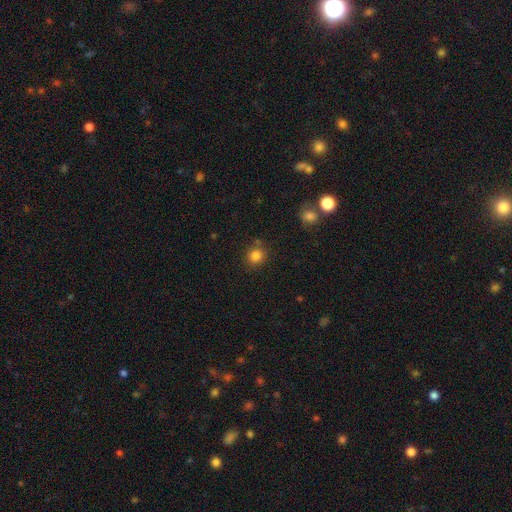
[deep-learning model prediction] smooth_or_featured: smooth (p=0.83) [alt: star or artifact p=0.12]
how_rounded: round (p=0.87) [alt: in between p=0.12]
merging: none (p=0.82) [alt: minor disturbance p=0.10]